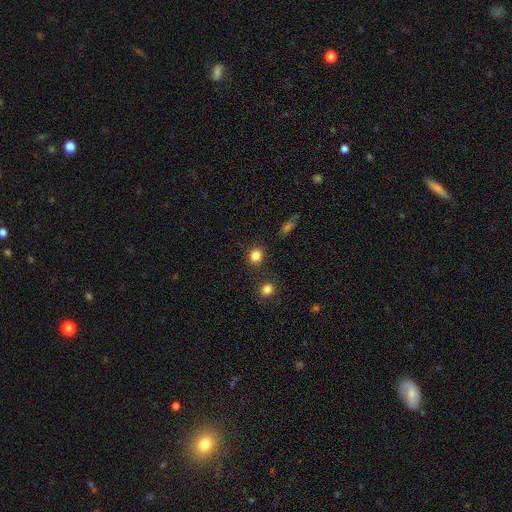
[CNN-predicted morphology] The model was most divided on "how rounded": round: 82%, in between: 17%, cigar-shaped: 1%. More confident: merging — none (84%); smooth or featured — smooth (83%).